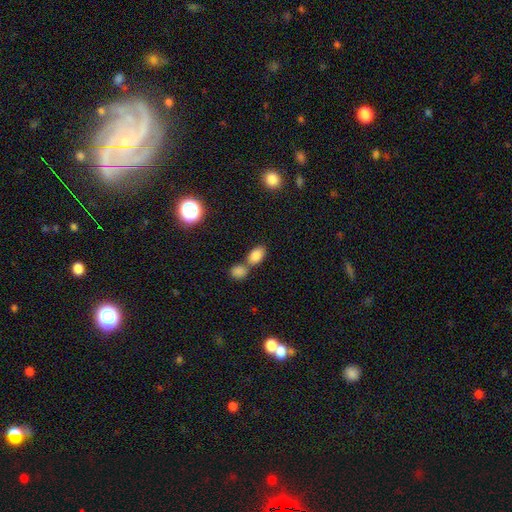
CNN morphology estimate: Overall: smooth (83%). How rounded: in between (89%). Merging: none (44%; merger 43%).